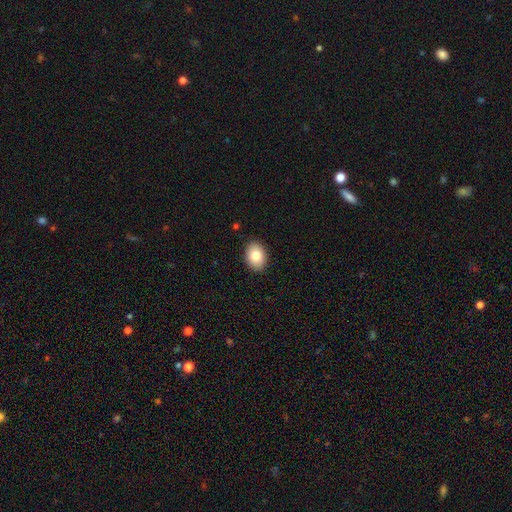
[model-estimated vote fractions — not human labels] Q: Smooth or featured?
A: smooth (83%); runner-up: featured or disk (10%)
Q: How rounded?
A: in between (80%); runner-up: round (19%)
Q: Merging?
A: none (89%); runner-up: minor disturbance (8%)